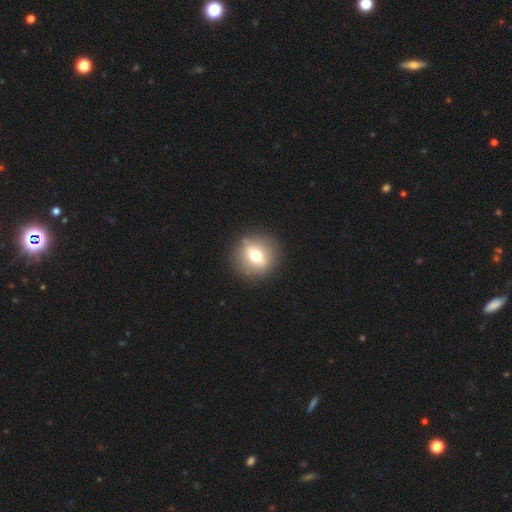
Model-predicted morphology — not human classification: Smooth or featured?
  - smooth: 55% *
  - featured or disk: 35%
  - star or artifact: 10%
How rounded?
  - round: 85% *
  - in between: 13%
  - cigar-shaped: 2%
Merging?
  - none: 88% *
  - minor disturbance: 7%
  - major disturbance: 3%
  - merger: 2%